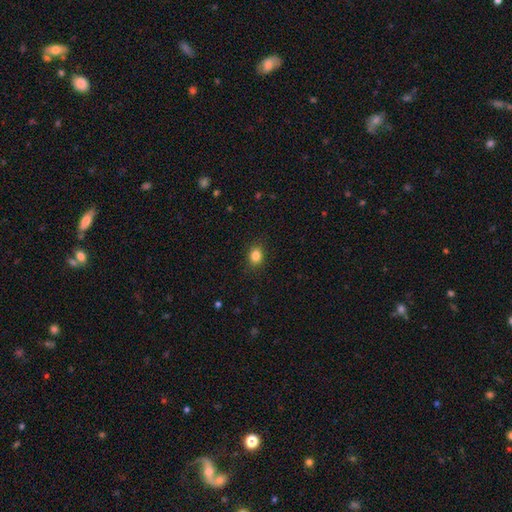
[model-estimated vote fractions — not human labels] Smooth or featured: smooth — 84% (star or artifact — 11%)
How rounded: in between — 53% (round — 46%)
Merging: none — 88% (minor disturbance — 8%)